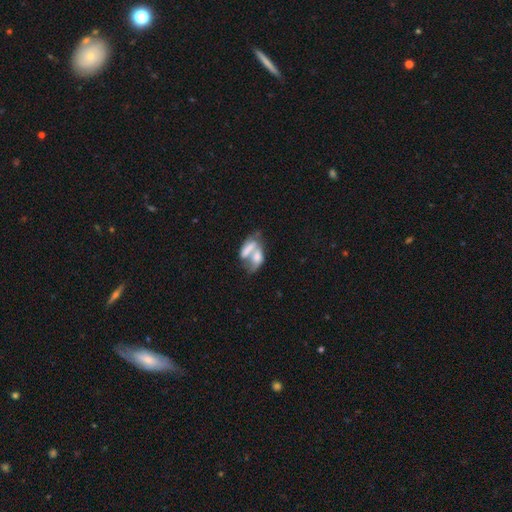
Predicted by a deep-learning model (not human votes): Q: Smooth or featured?
A: smooth (51%); runner-up: featured or disk (40%)
Q: How rounded?
A: in between (80%); runner-up: cigar-shaped (11%)
Q: Merging?
A: merger (70%); runner-up: none (13%)